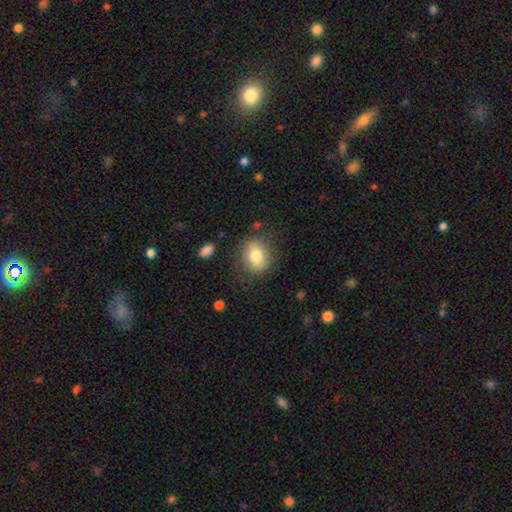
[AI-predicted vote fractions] Smooth or featured: smooth — 77% (featured or disk — 14%)
How rounded: round — 53% (in between — 46%)
Merging: none — 79% (minor disturbance — 14%)